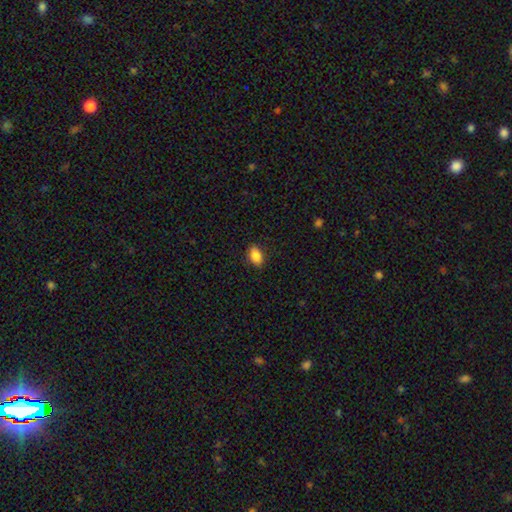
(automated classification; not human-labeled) Overall: smooth (87%). How rounded: in between (87%). Merging: none (85%).